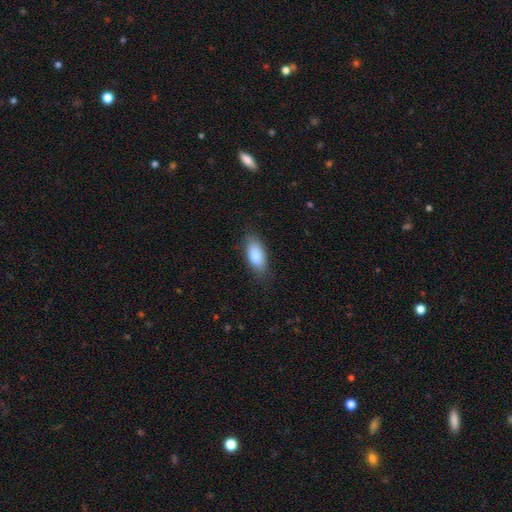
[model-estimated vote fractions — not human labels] Smooth or featured? smooth (84%)
How rounded? in between (85%)
Merging? none (79%)